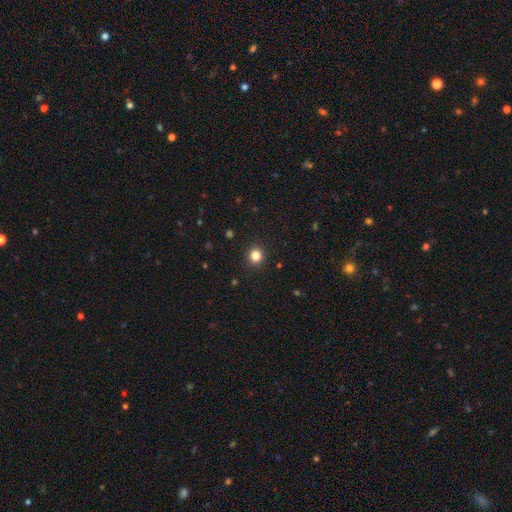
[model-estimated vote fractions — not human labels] A smooth galaxy with no disk features (83%) that is round (89%).

Vote fractions:
- Smooth or featured? smooth: 83% / star or artifact: 12% / featured or disk: 4%
- How rounded? round: 89% / in between: 10% / cigar-shaped: 1%
- Merging? none: 92% / minor disturbance: 5% / major disturbance: 2% / merger: 1%